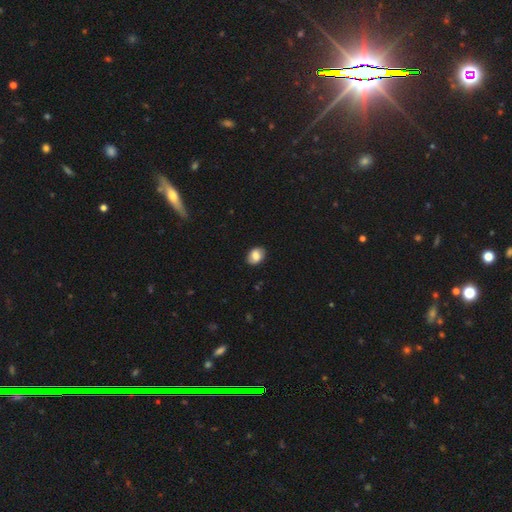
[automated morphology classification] A smooth galaxy with no disk features (78%) that is in between round and cigar-shaped (74%).

Vote fractions:
- Smooth or featured? smooth: 78% / featured or disk: 14% / star or artifact: 8%
- How rounded? in between: 74% / round: 25% / cigar-shaped: 1%
- Merging? none: 87% / minor disturbance: 10% / major disturbance: 2% / merger: 1%